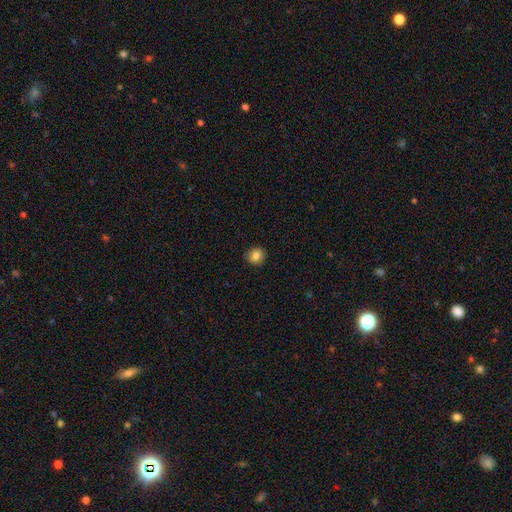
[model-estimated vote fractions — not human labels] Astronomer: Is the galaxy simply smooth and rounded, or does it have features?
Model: smooth — 83%.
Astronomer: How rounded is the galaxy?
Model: round — 81%.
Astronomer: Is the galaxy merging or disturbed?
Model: none — 88%.